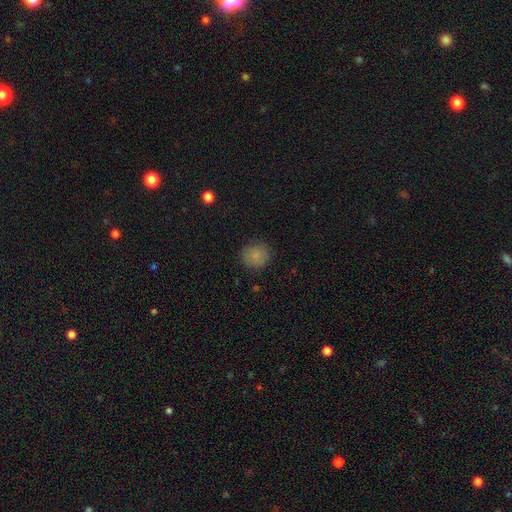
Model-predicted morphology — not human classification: type=smooth (84%); roundness=round (87%); merging=none (83%).